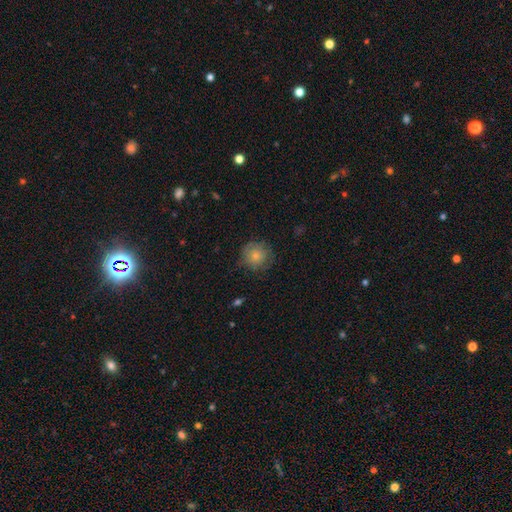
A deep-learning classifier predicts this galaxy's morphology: A smooth galaxy with no disk features (75%) that is round (91%). Merging: none (71%).